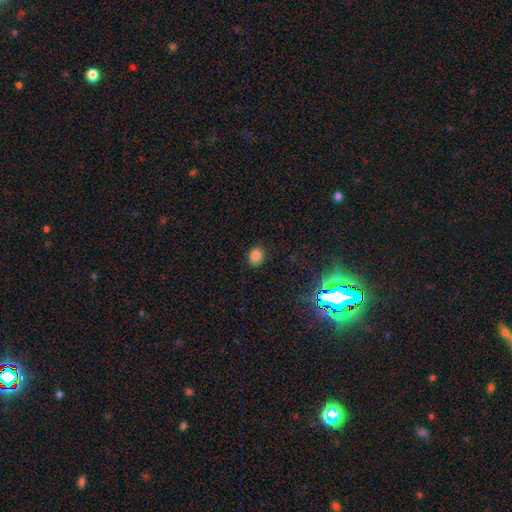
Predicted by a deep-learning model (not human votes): A smooth galaxy with no disk features (83%) that is round (62%). Merging: none (87%).